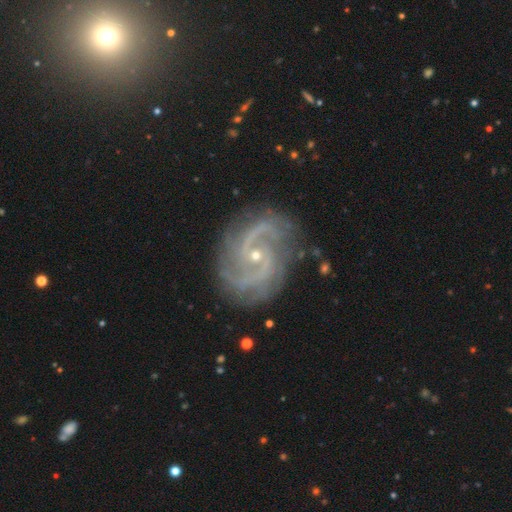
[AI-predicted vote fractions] Q: Smooth or featured?
A: featured or disk (91%); runner-up: star or artifact (6%)
Q: Edge-on disk?
A: no (98%); runner-up: yes (2%)
Q: Bar?
A: no (56%); runner-up: weak (34%)
Q: Spiral arms?
A: yes (98%); runner-up: no (2%)
Q: Spiral winding?
A: medium (56%); runner-up: tight (26%)
Q: Spiral arm count?
A: 2 (77%); runner-up: 3 (8%)
Q: Bulge size?
A: small (76%); runner-up: moderate (21%)
Q: Merging?
A: none (77%); runner-up: minor disturbance (15%)